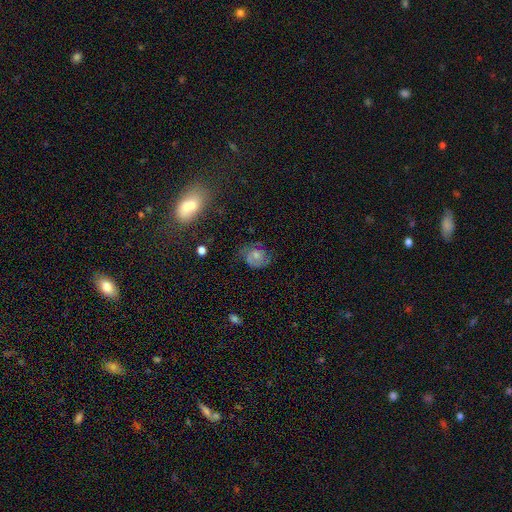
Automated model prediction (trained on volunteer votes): A featured or disk galaxy (53%) with no bar (70%), spiral arms (78%) and a moderate central bulge (47%).

Vote fractions:
- Smooth or featured? featured or disk: 53% / smooth: 35% / star or artifact: 12%
- Edge-on disk? no: 97% / yes: 3%
- Bar? no: 70% / weak: 26% / strong: 5%
- Spiral arms? yes: 78% / no: 22%
- Bulge size? moderate: 47% / small: 36% / none: 9% / large: 6% / dominant: 2%
- Merging? none: 59% / minor disturbance: 24% / major disturbance: 15% / merger: 2%